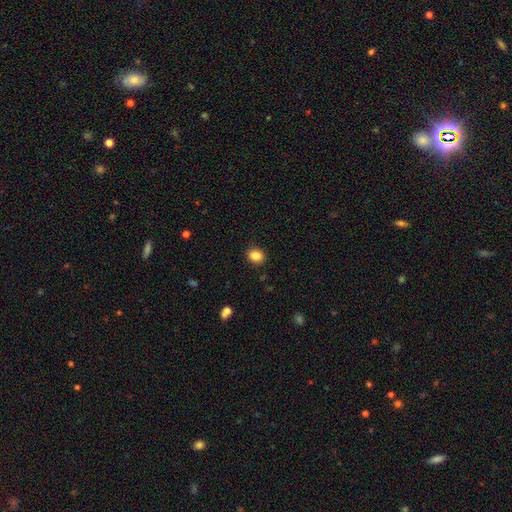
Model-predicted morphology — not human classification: Smooth or featured? smooth (86%)
How rounded? round (56%)
Merging? none (90%)